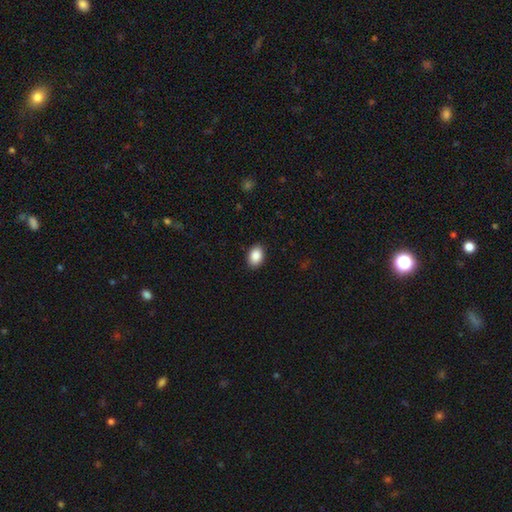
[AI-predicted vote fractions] Smooth or featured: smooth — 89% (star or artifact — 7%)
How rounded: in between — 83% (round — 16%)
Merging: none — 89% (minor disturbance — 8%)